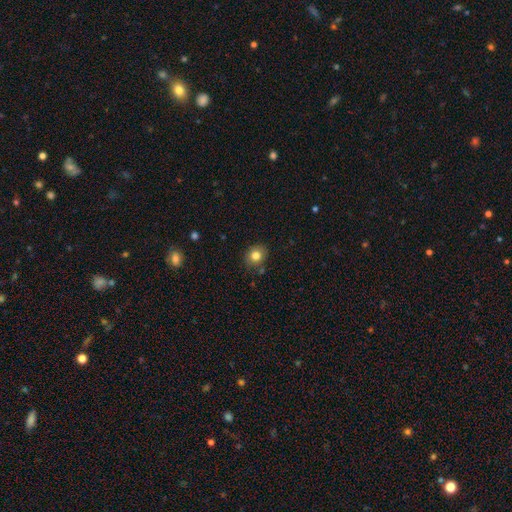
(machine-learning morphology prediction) type=smooth (80%); roundness=round (67%); merging=none (82%).